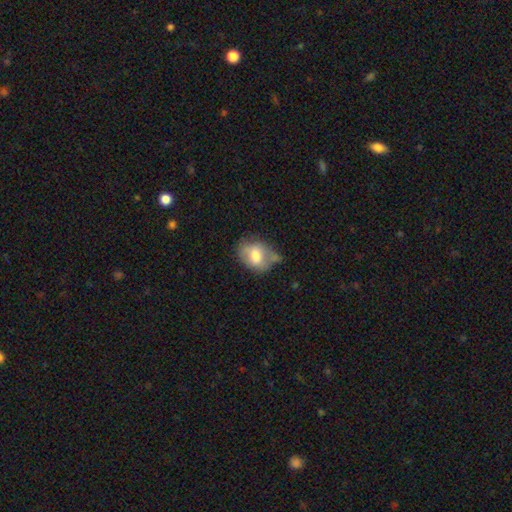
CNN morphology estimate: Smooth or featured? smooth (64%)
How rounded? in between (69%)
Merging? none (44%)